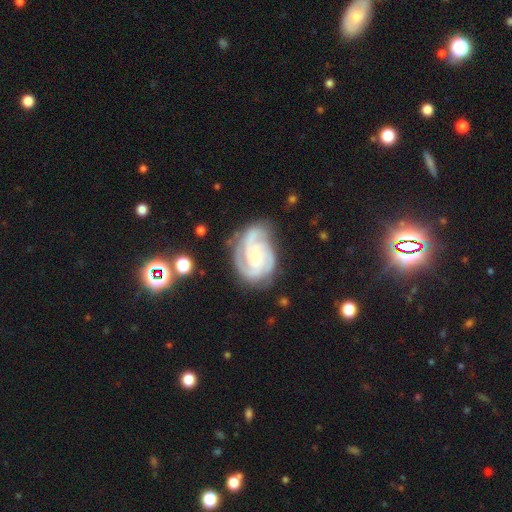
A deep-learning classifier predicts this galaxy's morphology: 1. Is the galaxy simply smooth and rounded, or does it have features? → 90% featured or disk, 6% smooth, 5% star or artifact.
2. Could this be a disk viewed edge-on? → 98% no, 2% yes.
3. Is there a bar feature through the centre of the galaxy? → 59% no, 32% weak, 9% strong.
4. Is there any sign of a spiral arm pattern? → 98% yes, 2% no.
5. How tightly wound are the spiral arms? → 58% tight, 36% medium, 6% loose.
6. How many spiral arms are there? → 57% 3, 18% 2, 9% can't tell, 9% 4, 3% 1, 3% more than 4.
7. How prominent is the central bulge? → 60% small, 36% moderate, 2% none, 2% large, 1% dominant.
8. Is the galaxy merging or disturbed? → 68% none, 22% minor disturbance, 8% major disturbance, 2% merger.